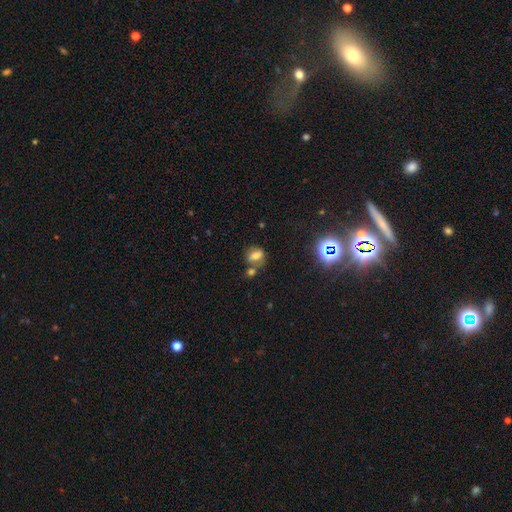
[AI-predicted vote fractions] This appears to be a smooth galaxy with no disk features (62%) that is in between round and cigar-shaped (65%). Merging: none (52%).